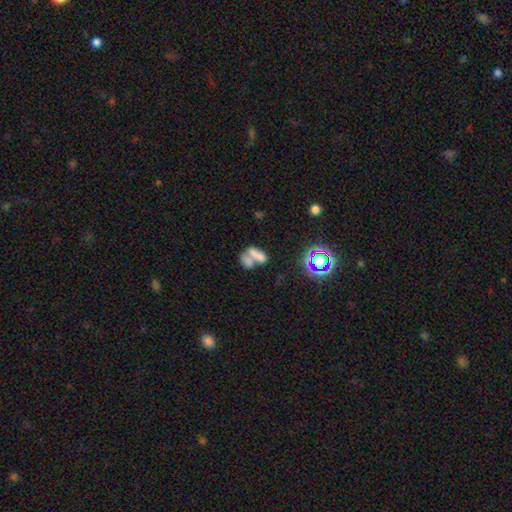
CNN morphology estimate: A smooth galaxy with no disk features (63%) that is in between round and cigar-shaped (73%). Merging: merger (62%).